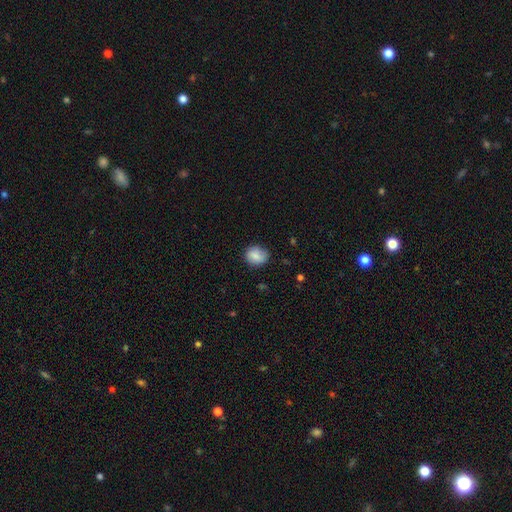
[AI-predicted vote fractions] Q: Smooth or featured?
A: smooth (81%); runner-up: featured or disk (11%)
Q: How rounded?
A: round (67%); runner-up: in between (32%)
Q: Merging?
A: none (76%); runner-up: minor disturbance (18%)